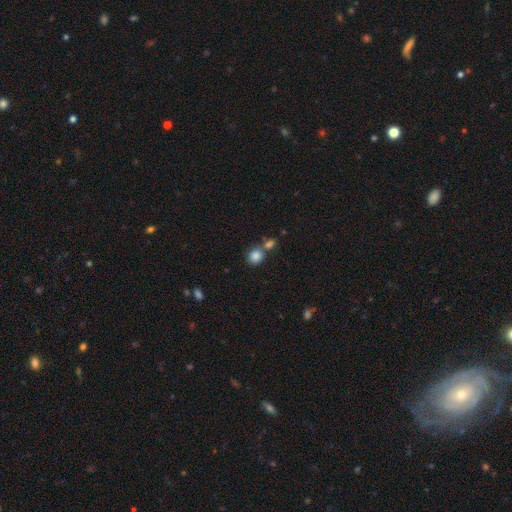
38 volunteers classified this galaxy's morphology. smooth-or-featured: smooth: 87% | star or artifact: 8% | featured or disk: 5%
  how-rounded: round: 61% | in between: 39% | cigar-shaped: 0%
  merging: none: 63% | merger: 26% | minor disturbance: 9% | major disturbance: 3%